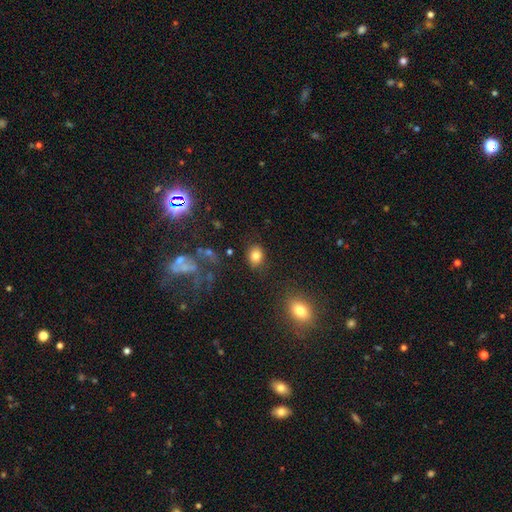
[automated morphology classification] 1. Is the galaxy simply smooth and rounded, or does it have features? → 81% smooth, 11% star or artifact, 8% featured or disk.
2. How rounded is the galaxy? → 54% in between, 44% round, 1% cigar-shaped.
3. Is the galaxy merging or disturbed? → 81% none, 12% minor disturbance, 4% major disturbance, 3% merger.